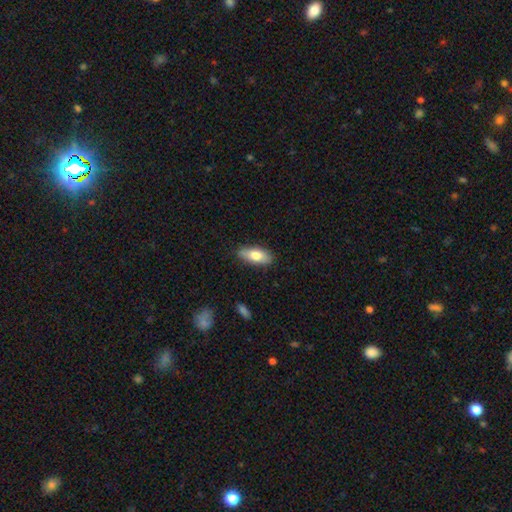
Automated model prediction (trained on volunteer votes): Smooth or featured?
  - smooth: 73% *
  - featured or disk: 21%
  - star or artifact: 6%
How rounded?
  - in between: 81% *
  - cigar-shaped: 17%
  - round: 3%
Merging?
  - none: 82% *
  - minor disturbance: 14%
  - major disturbance: 2%
  - merger: 1%